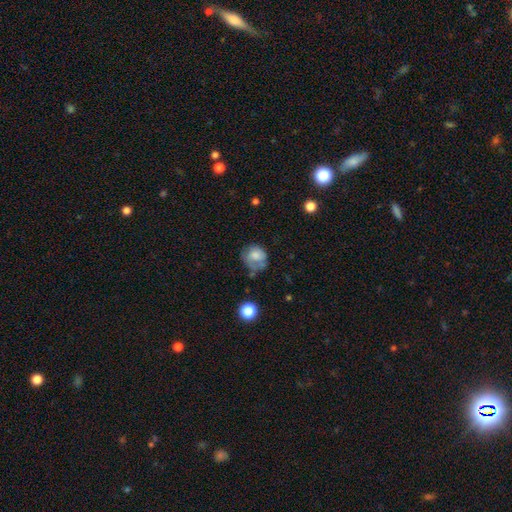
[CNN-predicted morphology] type=smooth (68%); roundness=round (72%); merging=none (42%).